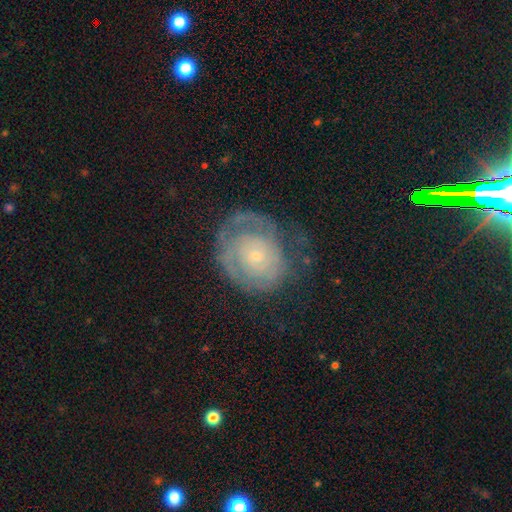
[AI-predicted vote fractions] featured or disk 65%, smooth 27%, star or artifact 8%. Down the decision tree: edge-on disk — no (97%); bar — no (85%); spiral arms — yes (66%); bulge size — small (77%); merging — none (56%).